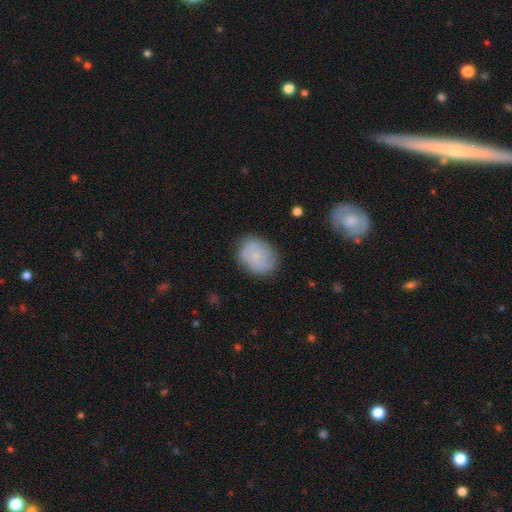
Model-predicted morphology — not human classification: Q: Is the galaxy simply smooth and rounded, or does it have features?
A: smooth — 58%.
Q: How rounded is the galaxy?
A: in between — 50%.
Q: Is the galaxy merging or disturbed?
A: none — 78%.